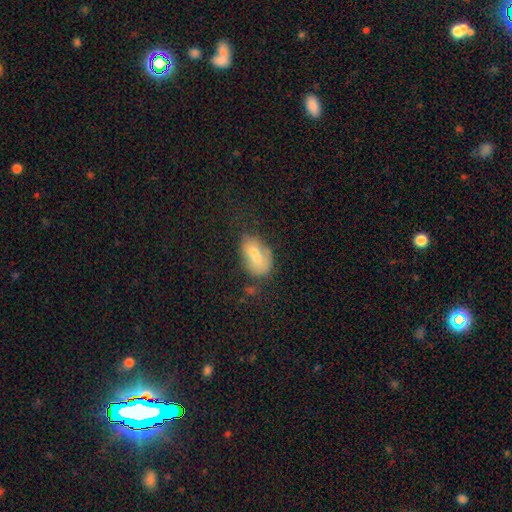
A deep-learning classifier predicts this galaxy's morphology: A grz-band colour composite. It shows a smooth galaxy with no disk features (65%) that is in between round and cigar-shaped (87%). Merging: merger (39%).